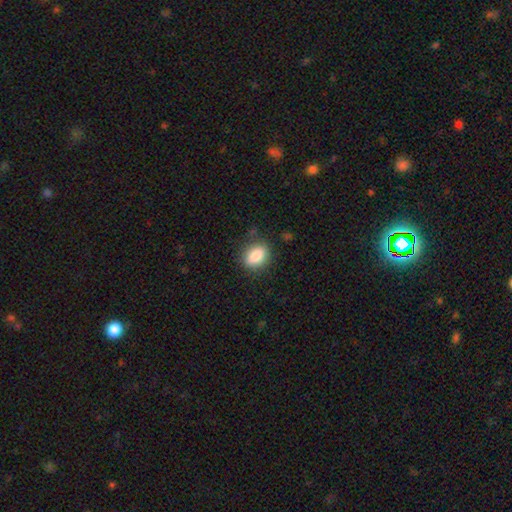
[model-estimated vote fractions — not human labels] smooth_or_featured: smooth (p=0.85) [alt: star or artifact p=0.08]
how_rounded: in between (p=0.70) [alt: round p=0.28]
merging: none (p=0.83) [alt: minor disturbance p=0.12]